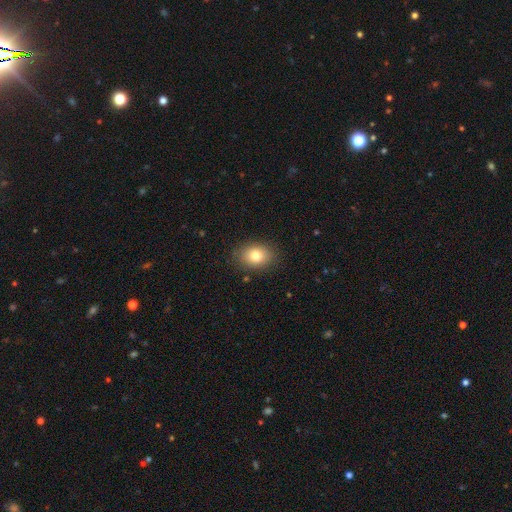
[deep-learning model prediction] smooth 79%, featured or disk 10%, star or artifact 10%. Down the decision tree: how rounded — in between (65%); merging — none (87%).